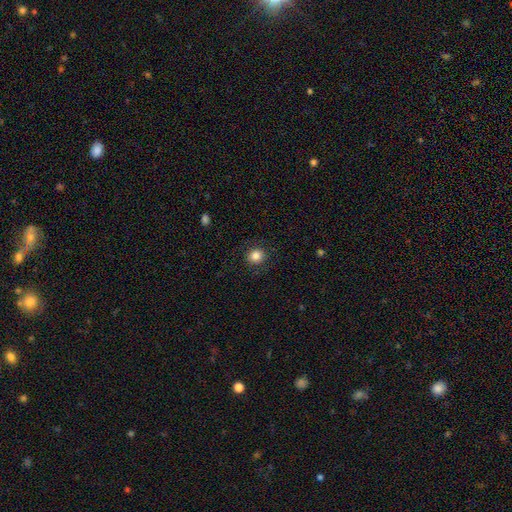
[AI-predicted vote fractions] Smooth or featured? Predicted: smooth (p=0.84). How rounded? Predicted: round (p=0.87). Merging? Predicted: none (p=0.89).